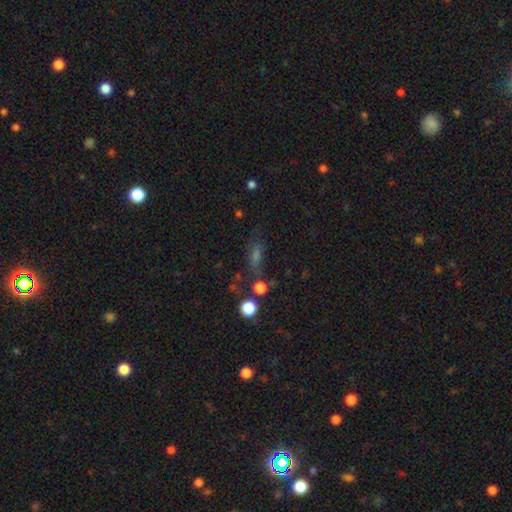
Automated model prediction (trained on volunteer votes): The model was most divided on "smooth or featured": smooth: 41%, star or artifact: 34%, featured or disk: 25%. More confident: merging — none (55%).